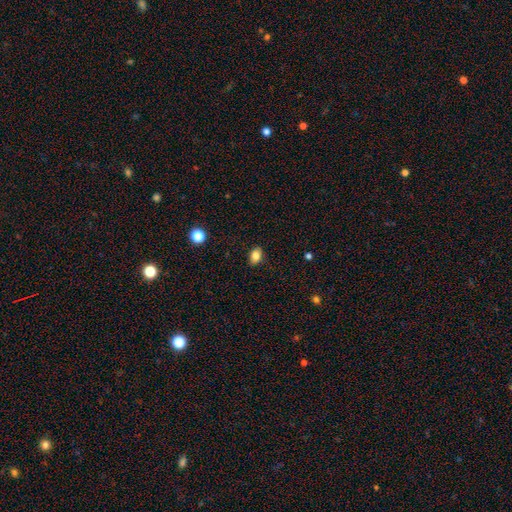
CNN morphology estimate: This is clearly a smooth galaxy (83%). How rounded: likely in between (79%). Merging: clearly none (87%).